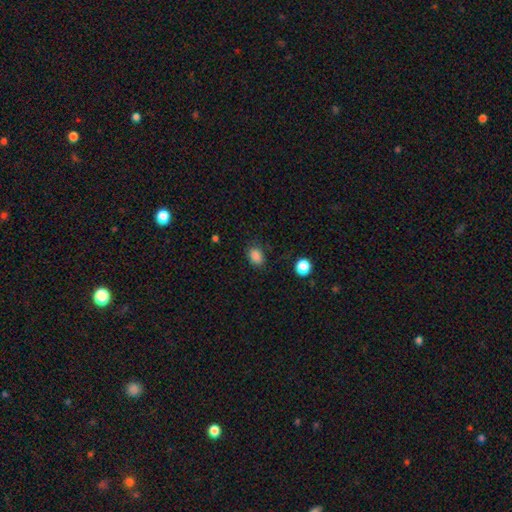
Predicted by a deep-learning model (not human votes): Smooth or featured: smooth — 85% (star or artifact — 11%)
How rounded: in between — 70% (round — 29%)
Merging: none — 78% (minor disturbance — 16%)